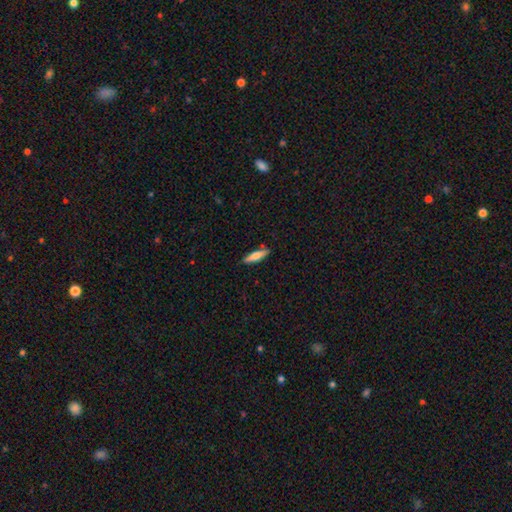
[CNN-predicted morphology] Smooth or featured: smooth — 66% (featured or disk — 28%)
How rounded: cigar-shaped — 73% (in between — 25%)
Merging: none — 86% (minor disturbance — 10%)